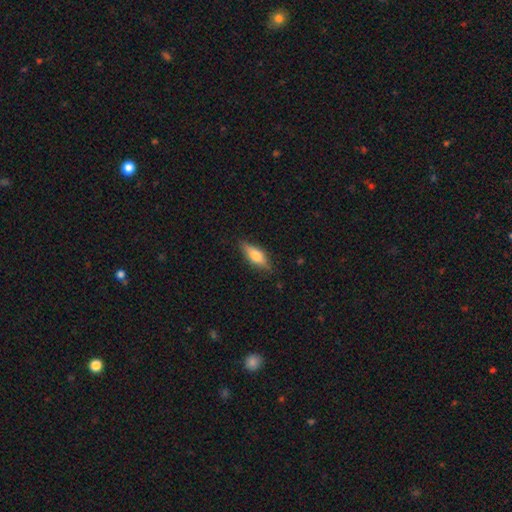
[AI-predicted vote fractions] Overall: smooth (59%; featured or disk 34%). How rounded: in between (59%; cigar-shaped 38%). Merging: none (83%).